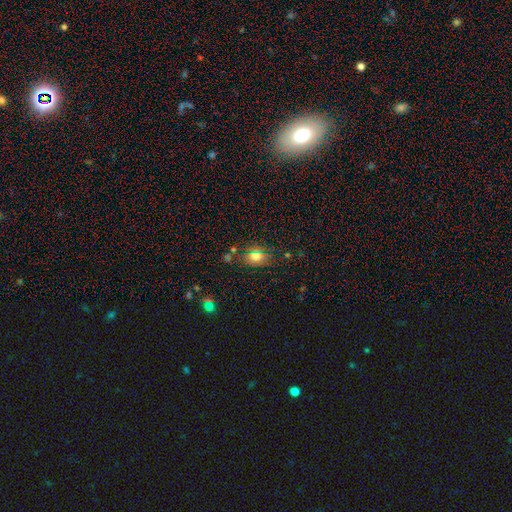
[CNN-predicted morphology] Smooth or featured? smooth (71%)
How rounded? in between (65%)
Merging? none (77%)